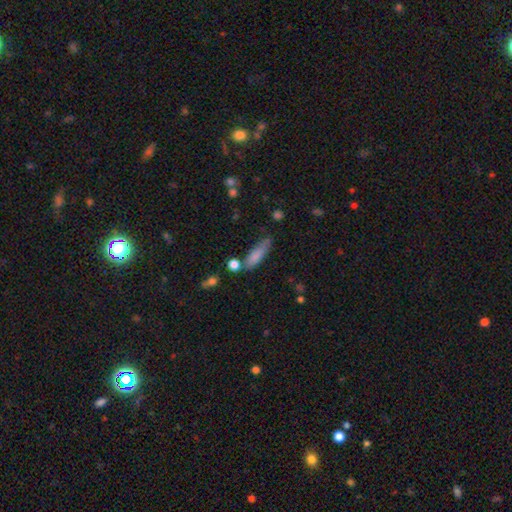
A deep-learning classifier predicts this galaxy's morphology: type=smooth (79%); roundness=cigar-shaped (62%); merging=none (57%).